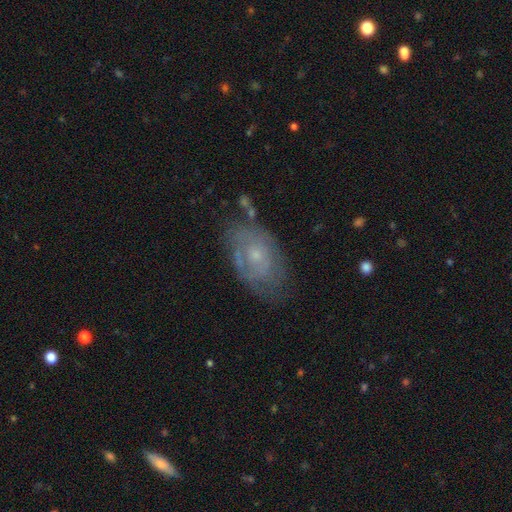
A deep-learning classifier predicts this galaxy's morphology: A featured or disk galaxy (63%) with no bar (80%), spiral arms (64%) and a small central bulge (62%). Merging: none (60%).